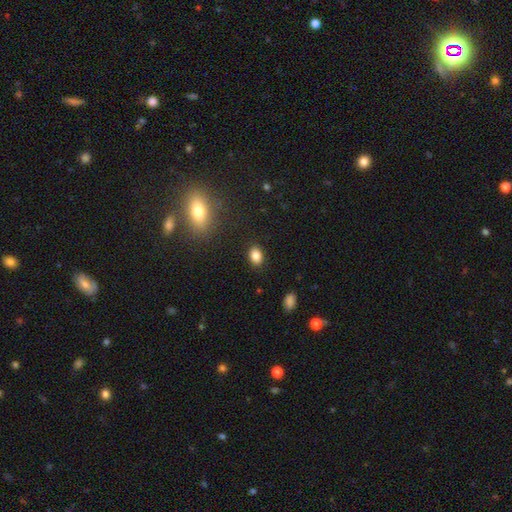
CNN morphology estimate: This appears to be a smooth galaxy with no disk features (85%) that is in between round and cigar-shaped (77%). Merging: none (88%).